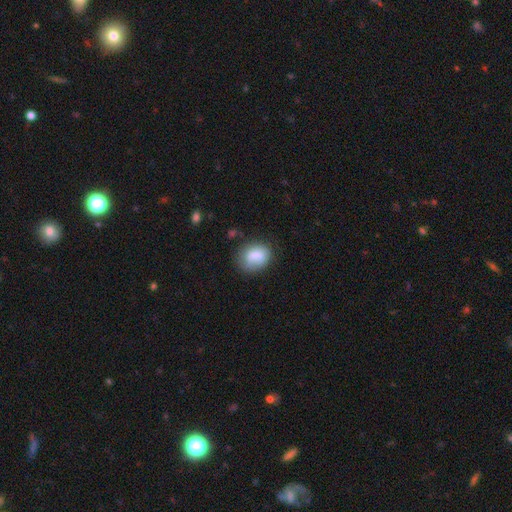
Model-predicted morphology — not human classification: Q: Smooth or featured?
A: smooth (77%); runner-up: featured or disk (15%)
Q: How rounded?
A: in between (58%); runner-up: round (41%)
Q: Merging?
A: none (62%); runner-up: minor disturbance (24%)